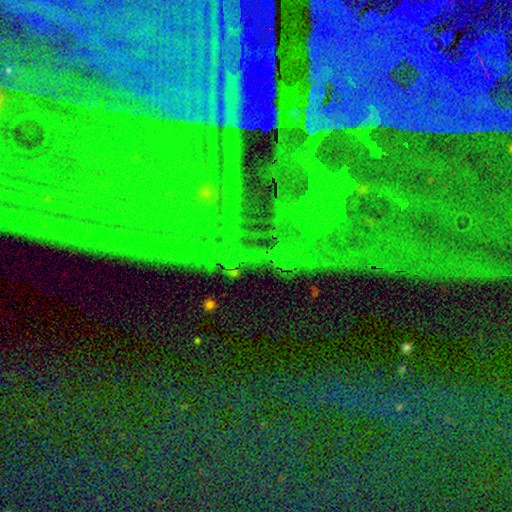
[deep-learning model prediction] This is clearly a star or artifact rather than a galaxy (83%).